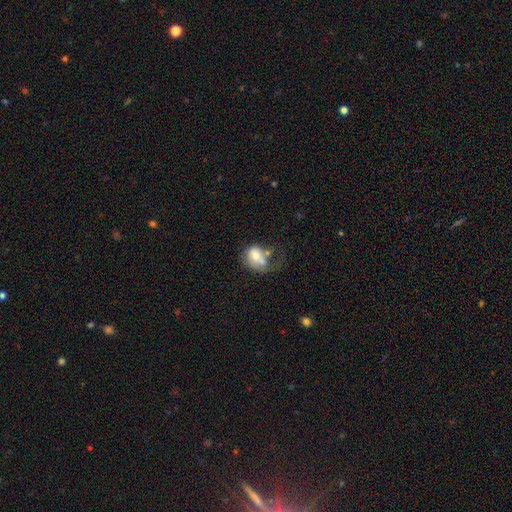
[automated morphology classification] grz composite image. It shows a smooth galaxy with no disk features (62%) that is in between round and cigar-shaped (57%). Merging: major disturbance (29%).